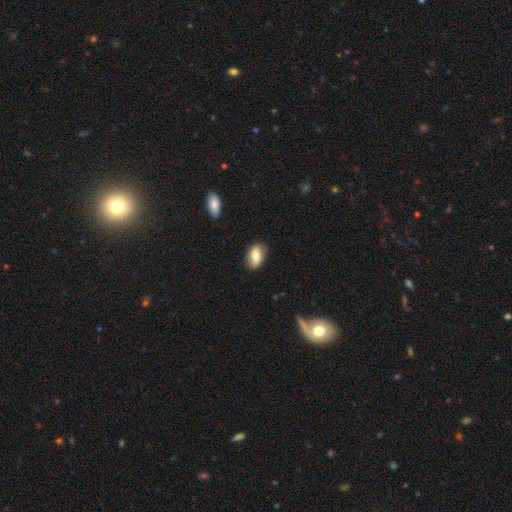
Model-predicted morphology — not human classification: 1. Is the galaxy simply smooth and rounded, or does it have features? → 74% smooth, 19% featured or disk, 7% star or artifact.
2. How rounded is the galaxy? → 90% in between, 7% round, 3% cigar-shaped.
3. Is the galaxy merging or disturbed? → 81% none, 14% minor disturbance, 3% major disturbance, 1% merger.